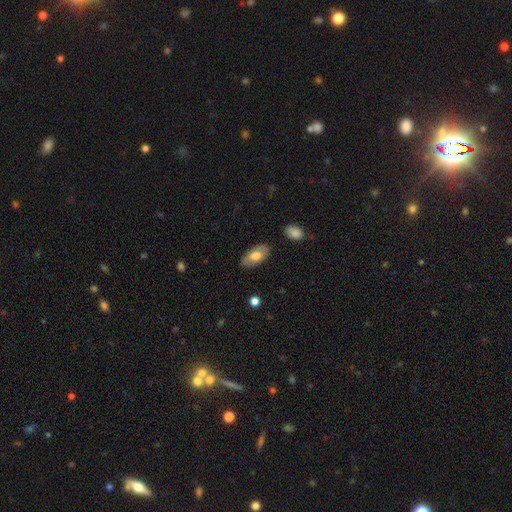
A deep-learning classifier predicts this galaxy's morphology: smooth 67%, featured or disk 27%, star or artifact 6%. Down the decision tree: how rounded — in between (93%); merging — none (84%).